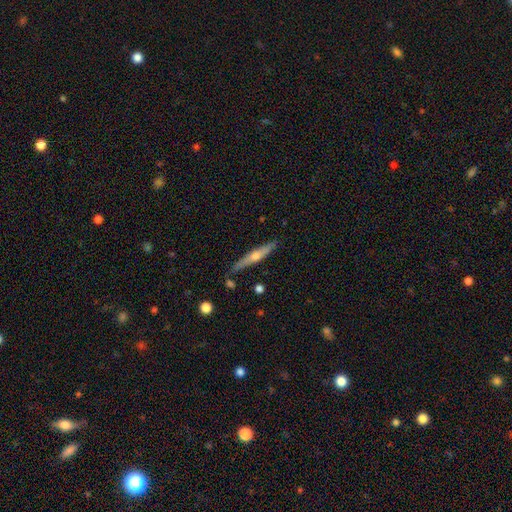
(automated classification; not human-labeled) This is likely a featured or disk galaxy (67%). It is clearly viewed edge-on (96%). Edge-on bulge: clearly rounded (88%). Merging: clearly none (86%).